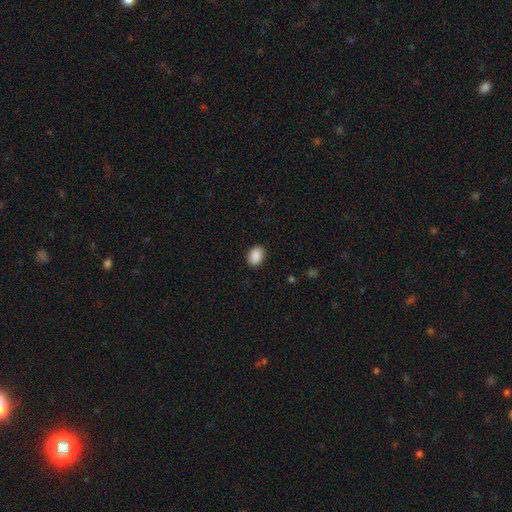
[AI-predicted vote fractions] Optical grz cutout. It shows a smooth galaxy with no disk features (90%) that is in between round and cigar-shaped (75%). Merging: none (88%).